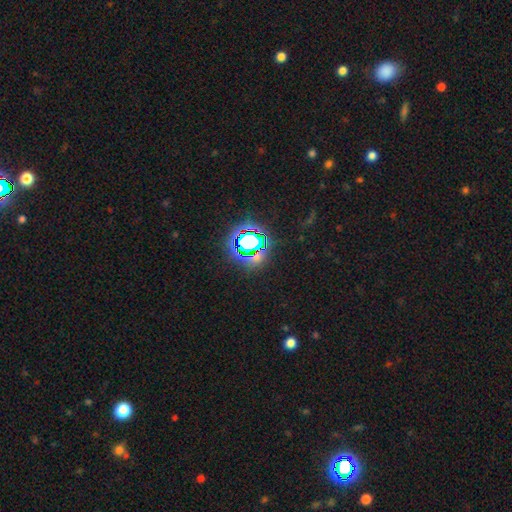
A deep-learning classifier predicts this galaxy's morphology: smooth_or_featured: star or artifact (p=0.70) [alt: smooth p=0.19]